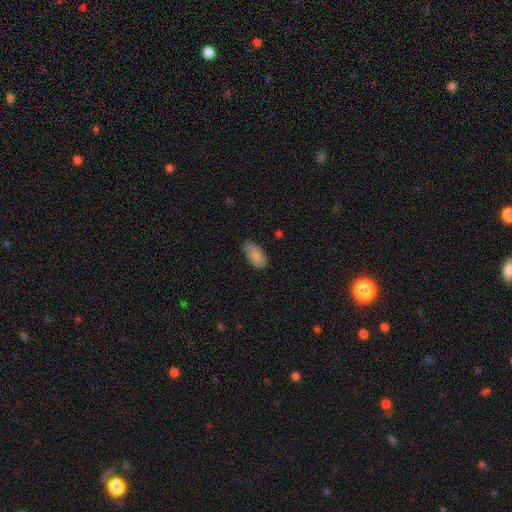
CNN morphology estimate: Q: Smooth or featured?
A: smooth (84%); runner-up: featured or disk (10%)
Q: How rounded?
A: in between (94%); runner-up: cigar-shaped (4%)
Q: Merging?
A: none (63%); runner-up: minor disturbance (30%)